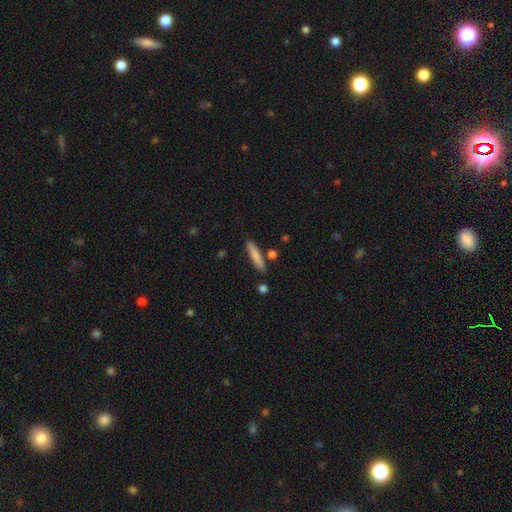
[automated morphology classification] Q: Smooth or featured?
A: smooth (78%); runner-up: featured or disk (16%)
Q: How rounded?
A: cigar-shaped (88%); runner-up: in between (11%)
Q: Merging?
A: none (83%); runner-up: minor disturbance (10%)